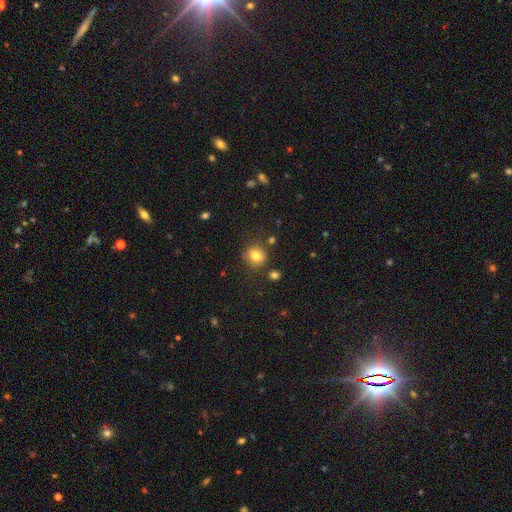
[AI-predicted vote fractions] This appears to be a smooth galaxy with no disk features (79%) that is round (78%). Merging: none (77%).